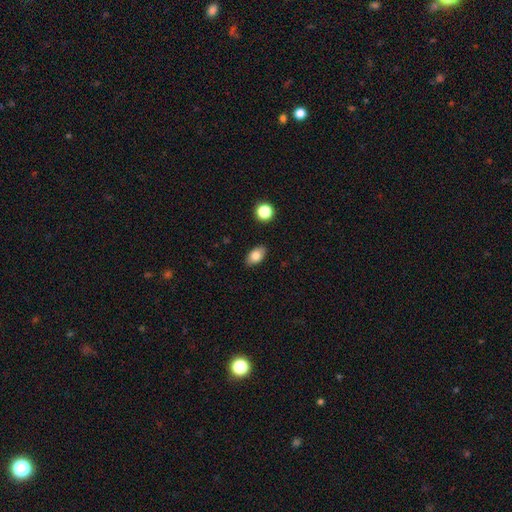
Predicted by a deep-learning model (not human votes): Overall: smooth (81%). How rounded: in between (89%). Merging: none (87%).